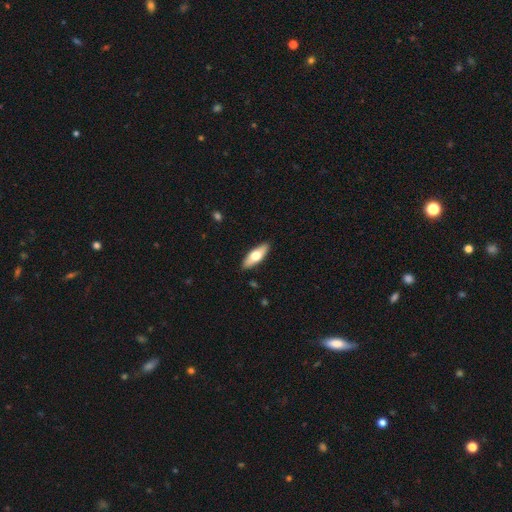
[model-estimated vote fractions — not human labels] Smooth or featured? Predicted: smooth (p=0.61). How rounded? Predicted: in between (p=0.65). Merging? Predicted: none (p=0.89).